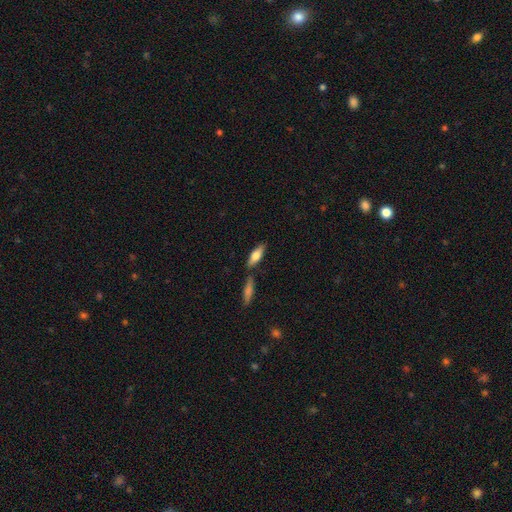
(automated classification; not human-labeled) This is likely a smooth galaxy (68%). How rounded: possibly in between (60%). Merging: likely none (74%).